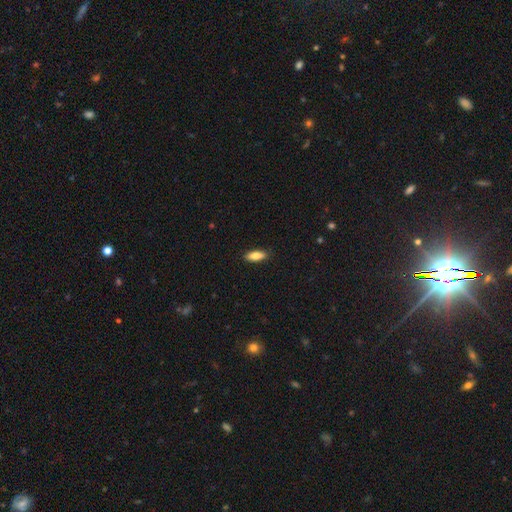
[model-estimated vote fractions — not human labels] Smooth or featured?
  - smooth: 80% *
  - featured or disk: 13%
  - star or artifact: 6%
How rounded?
  - in between: 70% *
  - cigar-shaped: 28%
  - round: 2%
Merging?
  - none: 89% *
  - minor disturbance: 8%
  - major disturbance: 2%
  - merger: 1%